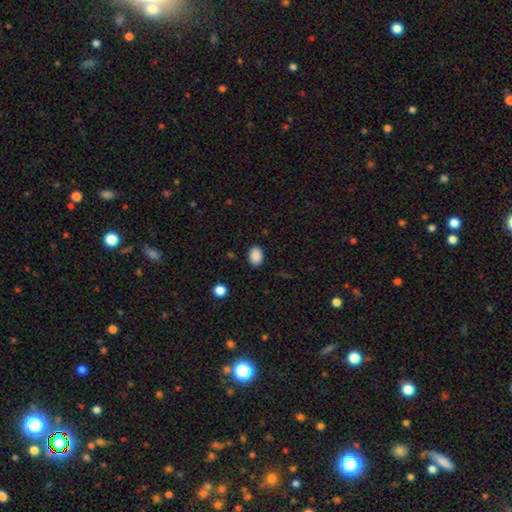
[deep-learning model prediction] Smooth or featured?
  - smooth: 89% *
  - star or artifact: 8%
  - featured or disk: 3%
How rounded?
  - in between: 78% *
  - round: 21%
  - cigar-shaped: 1%
Merging?
  - none: 88% *
  - minor disturbance: 9%
  - major disturbance: 2%
  - merger: 1%